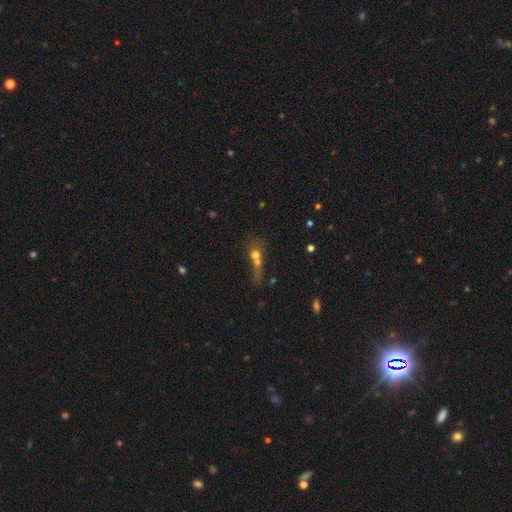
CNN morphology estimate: Smooth or featured: smooth — 57% (featured or disk — 25%)
How rounded: round — 61% (in between — 27%)
Merging: merger — 61% (none — 21%)